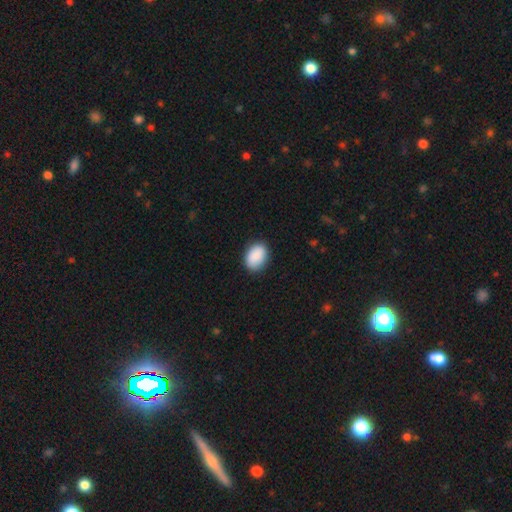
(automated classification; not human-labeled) Q: Smooth or featured?
A: smooth (90%); runner-up: star or artifact (6%)
Q: How rounded?
A: in between (79%); runner-up: round (20%)
Q: Merging?
A: none (86%); runner-up: minor disturbance (10%)